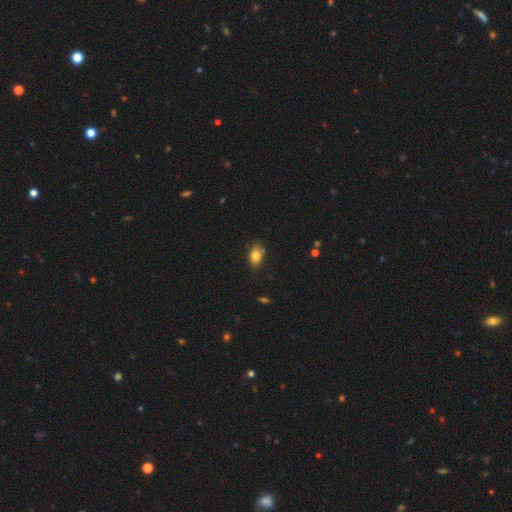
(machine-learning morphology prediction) smooth 78%, featured or disk 12%, star or artifact 10%. Down the decision tree: how rounded — in between (82%); merging — none (73%).